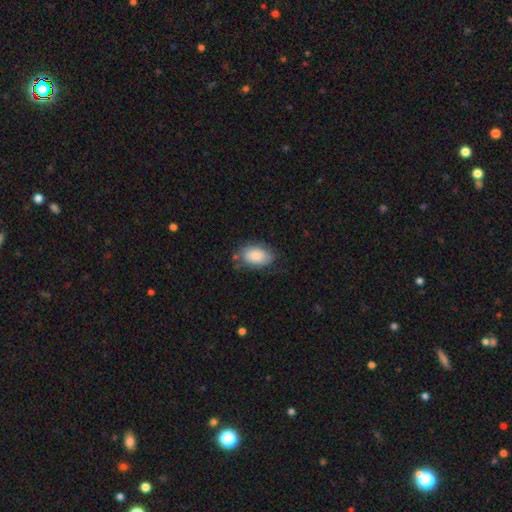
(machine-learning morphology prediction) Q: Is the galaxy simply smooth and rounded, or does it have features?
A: smooth — 84%.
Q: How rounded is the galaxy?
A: in between — 92%.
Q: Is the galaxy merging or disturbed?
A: none — 67%.